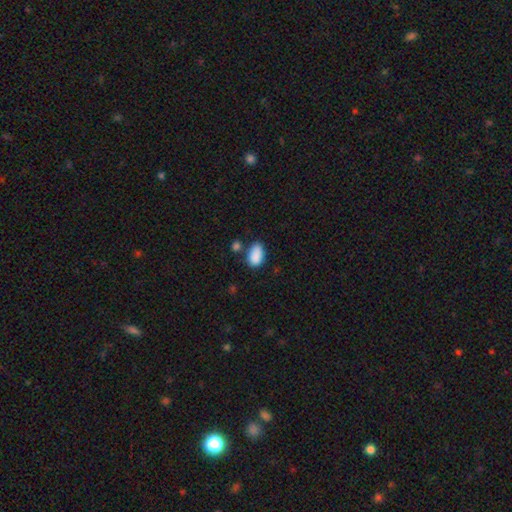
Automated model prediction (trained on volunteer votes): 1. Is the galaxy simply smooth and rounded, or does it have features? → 88% smooth, 8% star or artifact, 4% featured or disk.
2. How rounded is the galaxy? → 92% in between, 6% round, 2% cigar-shaped.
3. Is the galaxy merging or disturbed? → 62% none, 22% minor disturbance, 10% merger, 6% major disturbance.